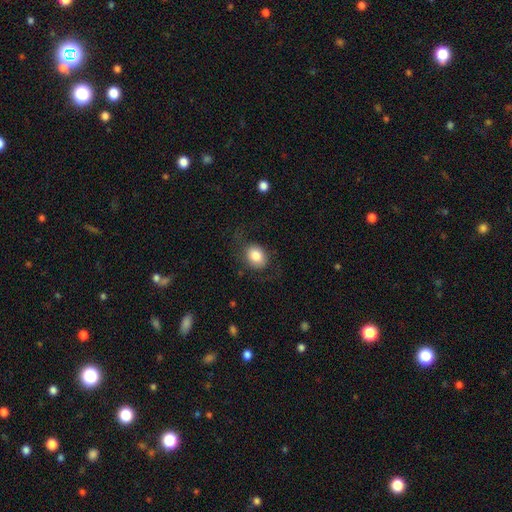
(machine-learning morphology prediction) This is likely a smooth galaxy (76%). How rounded: possibly in between (52%). Merging: likely none (70%).